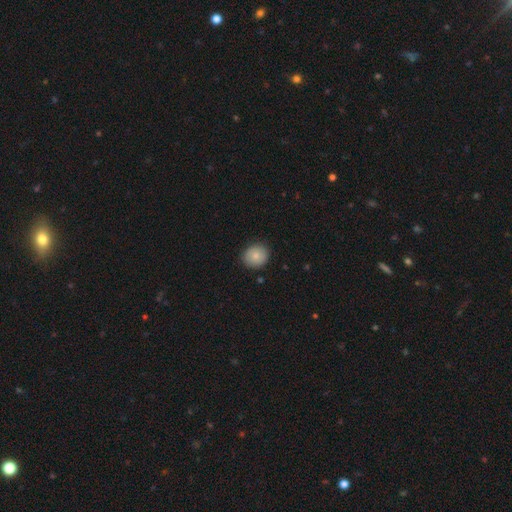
Smooth or featured? 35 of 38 (92%) said smooth. How rounded? 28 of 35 (80%) said round. Merging? 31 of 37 (84%) said none.